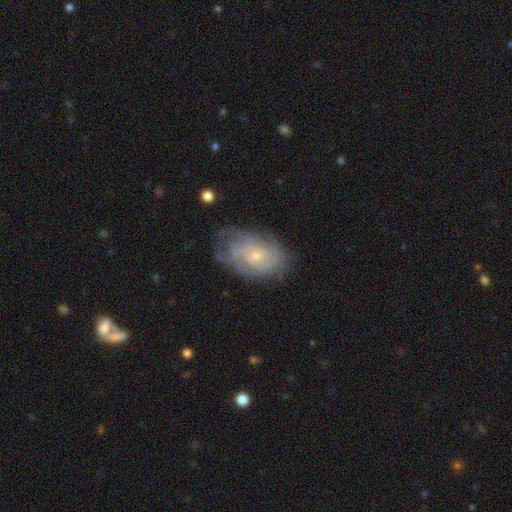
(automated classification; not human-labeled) This appears to be a featured or disk galaxy (70%) with no bar (77%), tight (63%) spiral arms (80%) and a small central bulge (72%). Merging: none (59%).